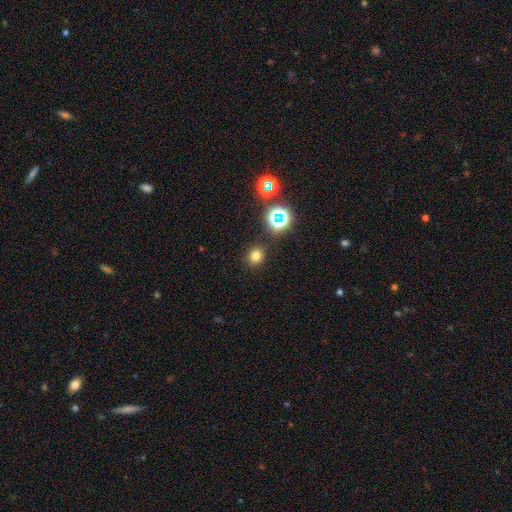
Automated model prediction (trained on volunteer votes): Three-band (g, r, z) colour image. It shows a smooth galaxy with no disk features (72%) that is round (84%). Merging: none (87%).